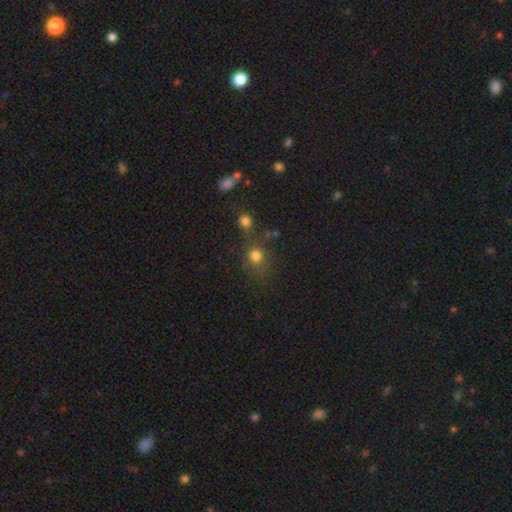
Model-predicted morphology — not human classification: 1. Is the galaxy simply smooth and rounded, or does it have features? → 75% smooth, 18% star or artifact, 7% featured or disk.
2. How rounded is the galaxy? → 85% round, 14% in between, 1% cigar-shaped.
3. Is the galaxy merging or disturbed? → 62% none, 19% merger, 12% minor disturbance, 7% major disturbance.